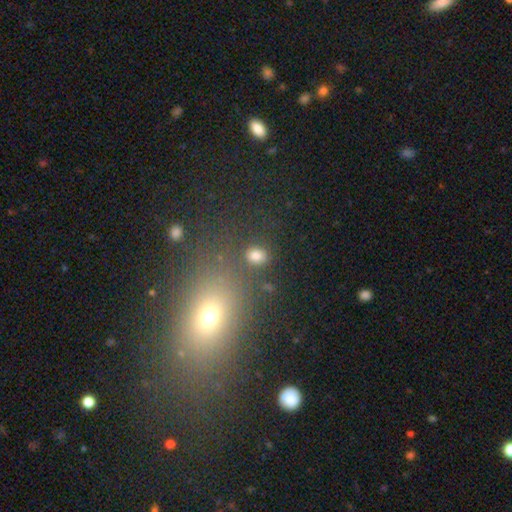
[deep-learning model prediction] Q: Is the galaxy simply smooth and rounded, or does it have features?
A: smooth — 78%.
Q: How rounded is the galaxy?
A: in between — 49%, tied with round.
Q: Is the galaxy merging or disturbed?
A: none — 81%.